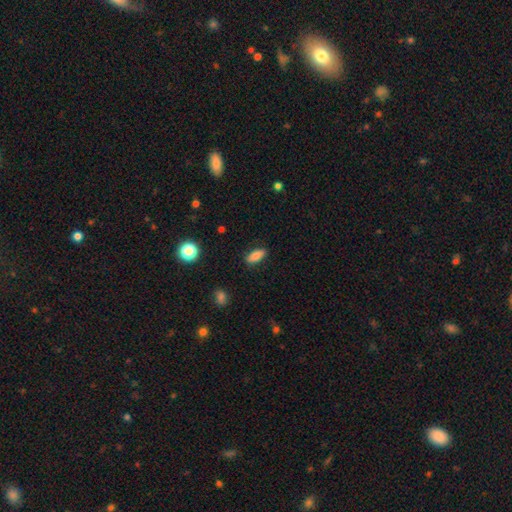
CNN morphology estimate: A smooth galaxy with no disk features (80%) that is in between round and cigar-shaped (81%). Merging: none (87%).